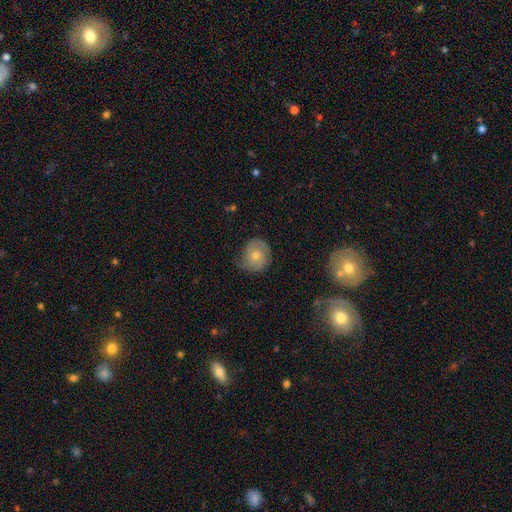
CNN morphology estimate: Smooth or featured: featured or disk — 64% (smooth — 29%)
Edge-on disk: no — 97% (yes — 3%)
Bar: no — 76% (weak — 21%)
Spiral arms: yes — 91% (no — 9%)
Spiral winding: tight — 53% (medium — 36%)
Spiral arm count: 2 — 60% (can't tell — 17%)
Bulge size: moderate — 60% (small — 35%)
Merging: none — 71% (minor disturbance — 22%)